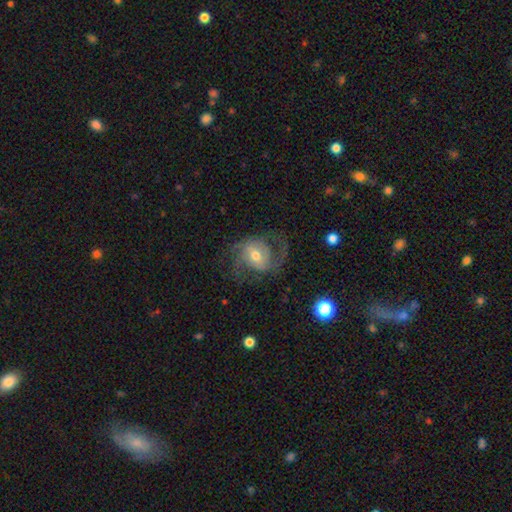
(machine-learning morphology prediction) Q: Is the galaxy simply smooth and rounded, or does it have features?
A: featured or disk — 81%.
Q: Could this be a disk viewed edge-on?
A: no — 97%.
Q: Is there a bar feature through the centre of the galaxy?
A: weak — 45%.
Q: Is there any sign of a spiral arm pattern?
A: yes — 93%.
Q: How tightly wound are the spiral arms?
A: medium — 48%.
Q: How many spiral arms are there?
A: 2 — 65%.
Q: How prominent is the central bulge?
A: moderate — 67%.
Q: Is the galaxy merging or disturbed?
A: none — 59%.